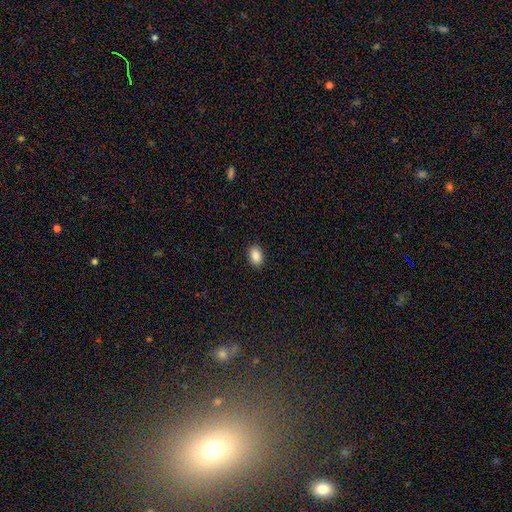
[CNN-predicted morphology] This appears to be a smooth galaxy with no disk features (88%) that is in between round and cigar-shaped (82%). Merging: none (90%).